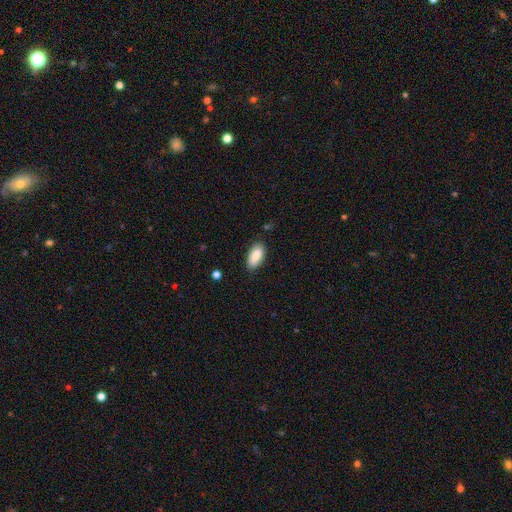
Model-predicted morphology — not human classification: Q: Smooth or featured?
A: smooth (85%); runner-up: featured or disk (8%)
Q: How rounded?
A: in between (91%); runner-up: cigar-shaped (6%)
Q: Merging?
A: none (80%); runner-up: minor disturbance (16%)